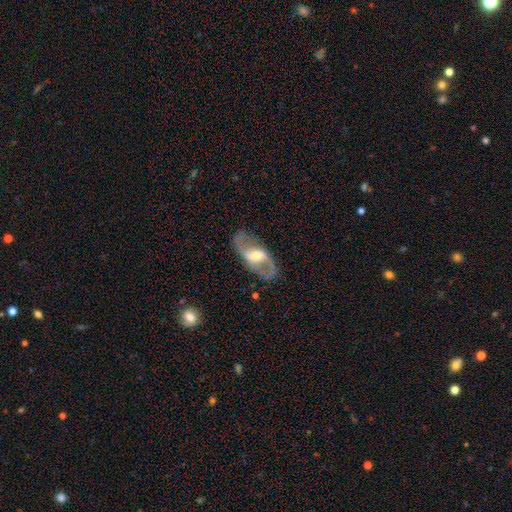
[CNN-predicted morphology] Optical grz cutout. It shows a featured or disk galaxy (80%) with a weak bar (41%, tied with strong), 2 (89%) medium (46%) spiral arms (82%) and a moderate central bulge (55%). Merging: none (81%).